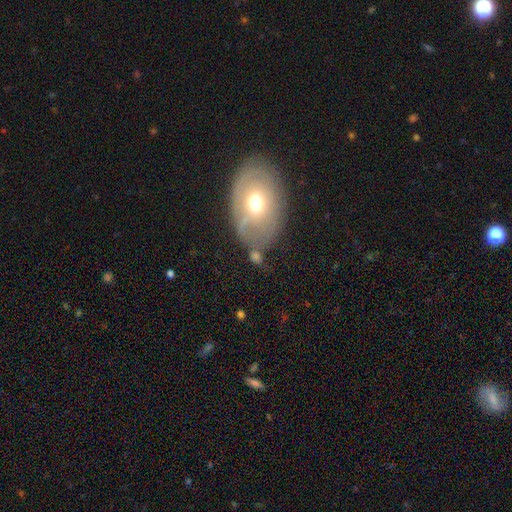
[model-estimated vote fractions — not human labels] smooth_or_featured: smooth (p=0.49) [alt: featured or disk p=0.38]
merging: none (p=0.51) [alt: minor disturbance p=0.21]